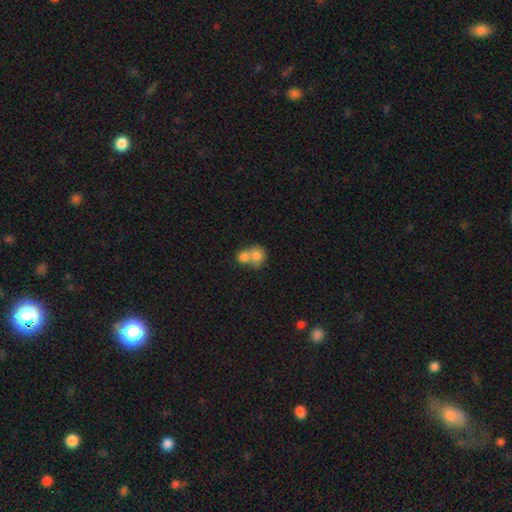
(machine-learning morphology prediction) smooth-or-featured: smooth: 77% | featured or disk: 15% | star or artifact: 8%
  how-rounded: round: 73% | in between: 26% | cigar-shaped: 1%
  merging: merger: 69% | none: 22% | minor disturbance: 6% | major disturbance: 3%